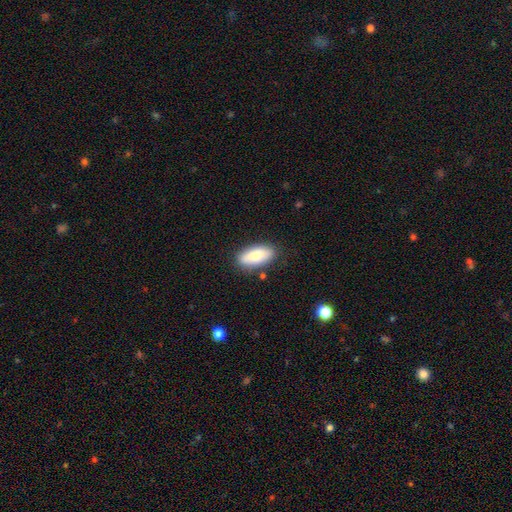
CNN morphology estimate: The model was most divided on "merging": none: 83%, minor disturbance: 12%, major disturbance: 3%, merger: 2%. More confident: how rounded — in between (87%); smooth or featured — smooth (82%).